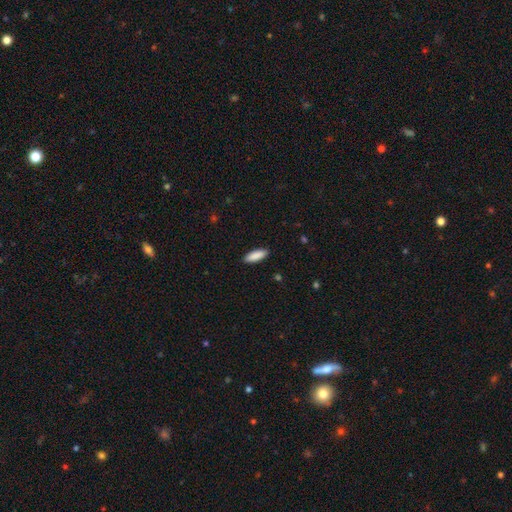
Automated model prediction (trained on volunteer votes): Smooth or featured: smooth — 89% (star or artifact — 6%)
How rounded: in between — 58% (cigar-shaped — 40%)
Merging: none — 90% (minor disturbance — 8%)